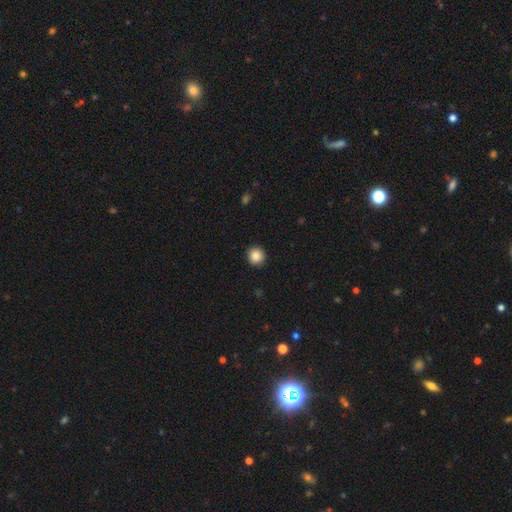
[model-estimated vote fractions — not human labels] The model was most divided on "smooth or featured": smooth: 86%, star or artifact: 9%, featured or disk: 5%. More confident: how rounded — round (95%); merging — none (93%).